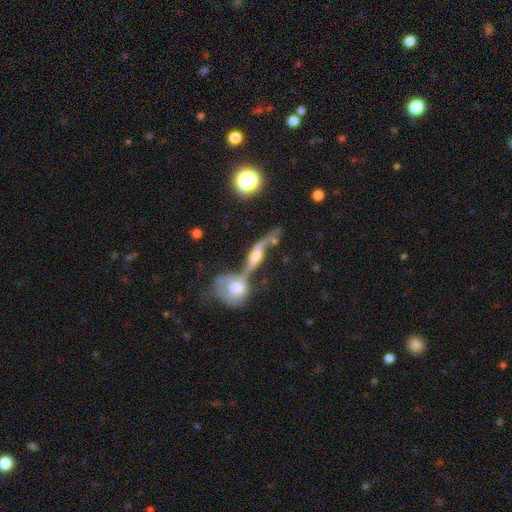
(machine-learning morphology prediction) smooth-or-featured: featured or disk: 76% | smooth: 15% | star or artifact: 8%
  disk-edge-on: no: 64% | yes: 36%
  merging: merger: 51% | none: 27% | minor disturbance: 11% | major disturbance: 11%